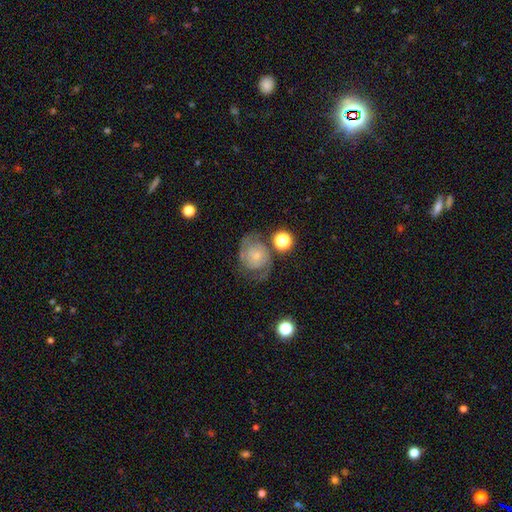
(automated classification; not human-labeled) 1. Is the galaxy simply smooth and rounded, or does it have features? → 65% featured or disk, 26% smooth, 9% star or artifact.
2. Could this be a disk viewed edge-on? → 97% no, 3% yes.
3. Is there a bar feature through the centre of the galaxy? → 79% no, 18% weak, 3% strong.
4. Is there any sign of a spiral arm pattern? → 87% yes, 13% no.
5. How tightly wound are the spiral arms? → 44% tight, 41% medium, 16% loose.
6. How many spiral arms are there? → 69% 2, 17% can't tell, 6% 3, 4% 1, 2% 4, 2% more than 4.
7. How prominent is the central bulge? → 66% small, 19% moderate, 10% none, 4% large, 2% dominant.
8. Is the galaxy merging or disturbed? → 56% none, 21% minor disturbance, 16% major disturbance, 8% merger.